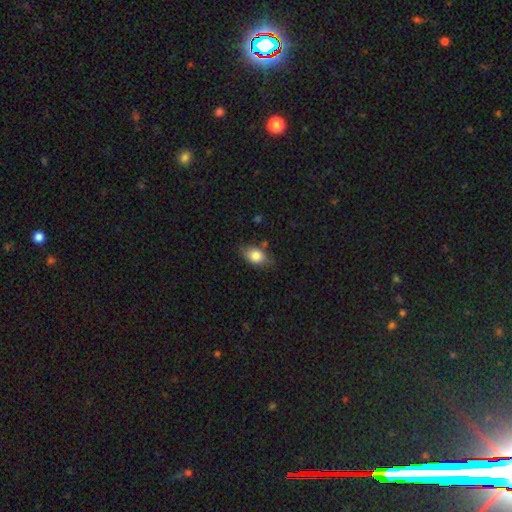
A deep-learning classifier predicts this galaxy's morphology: This appears to be a smooth galaxy with no disk features (83%) that is in between round and cigar-shaped (82%). Merging: none (73%).